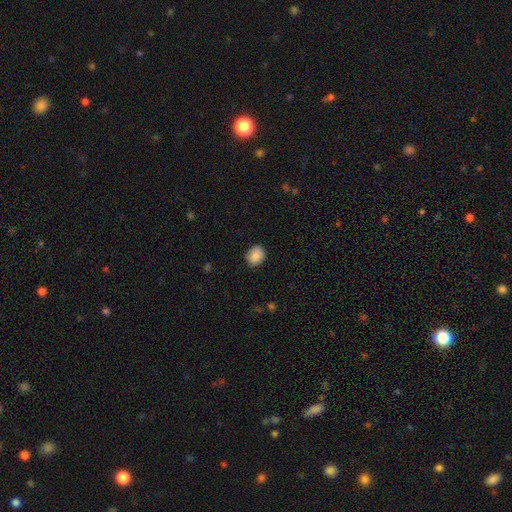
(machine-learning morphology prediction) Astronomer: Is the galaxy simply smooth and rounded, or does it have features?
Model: smooth — 87%.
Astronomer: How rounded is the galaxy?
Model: round — 53% (runner-up: in between, 46%).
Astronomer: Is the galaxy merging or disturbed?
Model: none — 82%.